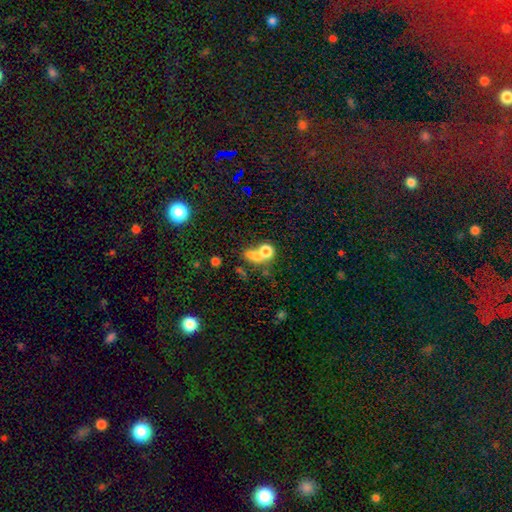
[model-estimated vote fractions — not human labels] Smooth or featured? Predicted: smooth (p=0.69). How rounded? Predicted: round (p=0.49). Merging? Predicted: merger (p=0.51).